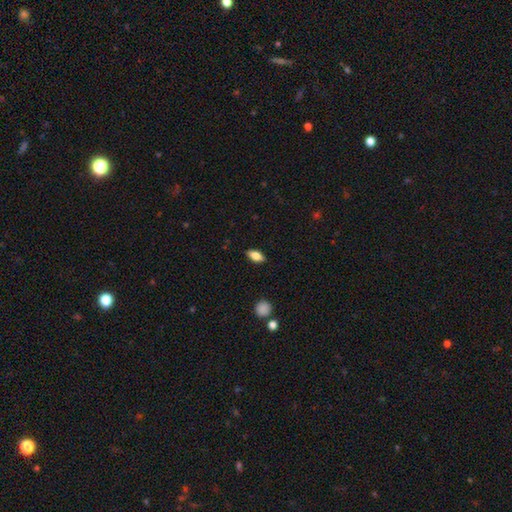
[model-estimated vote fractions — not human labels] The model was most divided on "smooth or featured": smooth: 74%, featured or disk: 18%, star or artifact: 8%. More confident: merging — none (87%); how rounded — in between (84%).